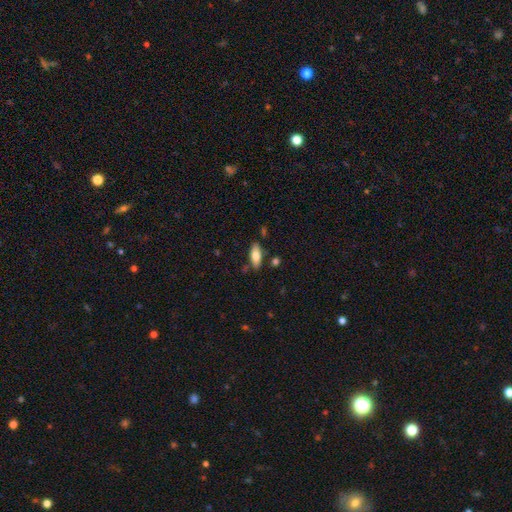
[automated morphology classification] Smooth or featured? smooth (75%)
How rounded? in between (75%)
Merging? none (80%)